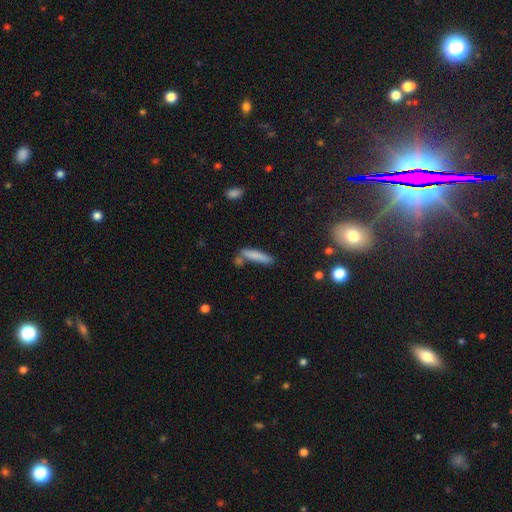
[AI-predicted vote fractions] Overall: smooth (82%). How rounded: cigar-shaped (80%). Merging: none (67%).